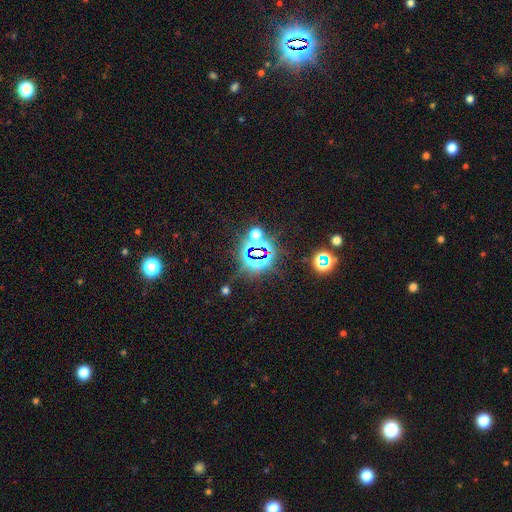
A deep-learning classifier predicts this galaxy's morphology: A star or artifact, not a galaxy (80%).

Vote fractions:
- Smooth or featured? star or artifact: 80% / smooth: 12% / featured or disk: 8%